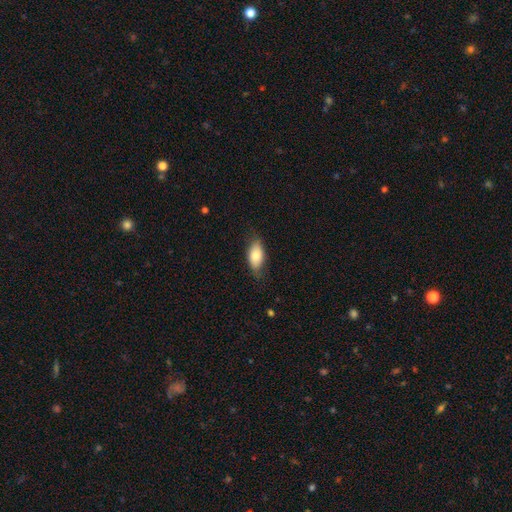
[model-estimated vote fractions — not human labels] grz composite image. It shows a smooth galaxy with no disk features (78%) that is in between round and cigar-shaped (89%). Merging: none (75%).